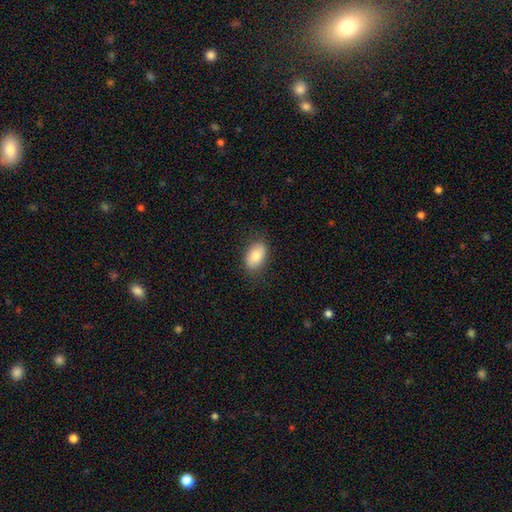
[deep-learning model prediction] The model was most divided on "smooth or featured": smooth: 80%, featured or disk: 13%, star or artifact: 7%. More confident: how rounded — in between (89%); merging — none (82%).